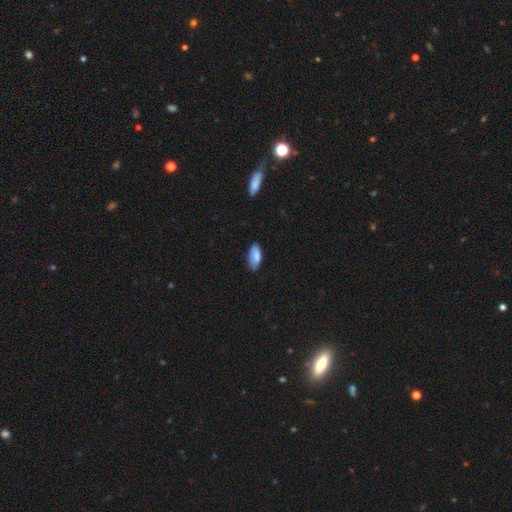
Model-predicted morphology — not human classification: This appears to be a smooth galaxy with no disk features (84%) that is in between round and cigar-shaped (90%). Merging: none (76%).